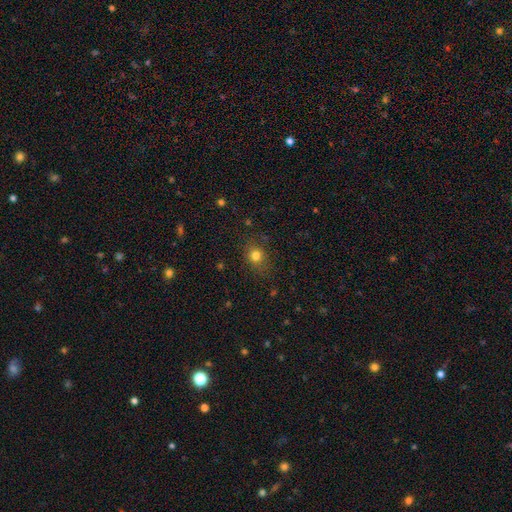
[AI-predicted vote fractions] Smooth or featured: smooth — 79% (star or artifact — 14%)
How rounded: round — 68% (in between — 31%)
Merging: none — 82% (minor disturbance — 12%)